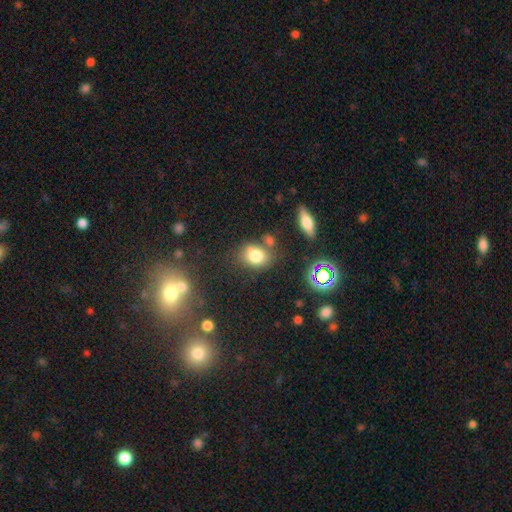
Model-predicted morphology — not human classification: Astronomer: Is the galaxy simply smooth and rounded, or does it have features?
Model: smooth — 76%.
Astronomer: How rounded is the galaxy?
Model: in between — 57% (runner-up: round, 42%).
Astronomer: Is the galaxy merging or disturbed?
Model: none — 63%.